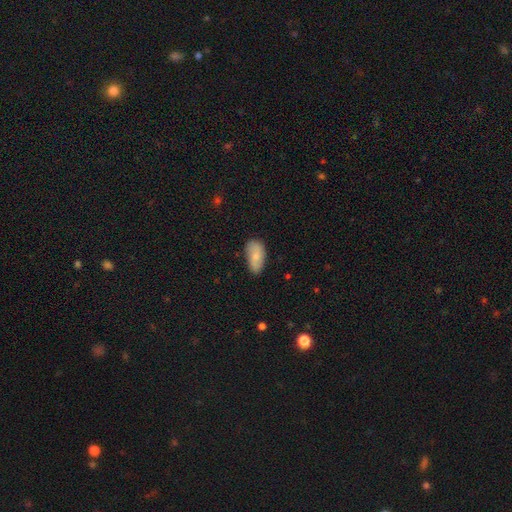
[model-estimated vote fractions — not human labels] This appears to be a smooth galaxy with no disk features (77%) that is in between round and cigar-shaped (92%). Merging: none (70%).